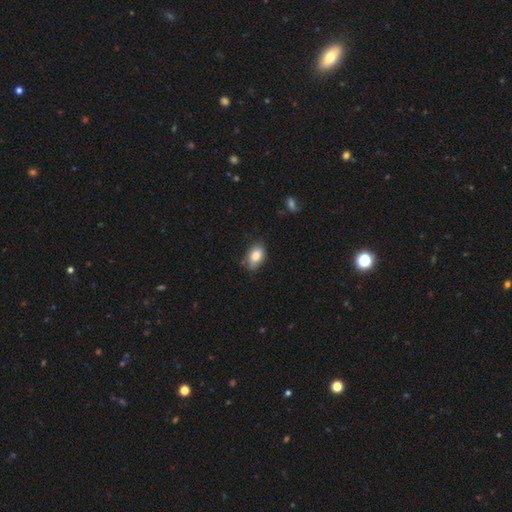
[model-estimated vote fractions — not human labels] smooth-or-featured: smooth: 83% | featured or disk: 10% | star or artifact: 8%
  how-rounded: in between: 89% | round: 9% | cigar-shaped: 2%
  merging: none: 77% | minor disturbance: 18% | major disturbance: 3% | merger: 2%